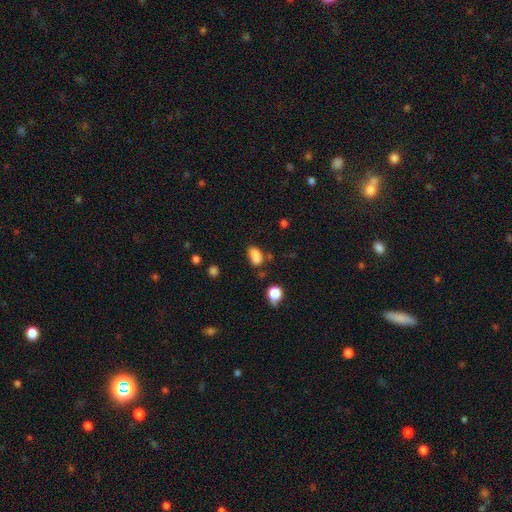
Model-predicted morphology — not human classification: Overall: smooth (80%). How rounded: in between (85%). Merging: none (52%; minor disturbance 26%).